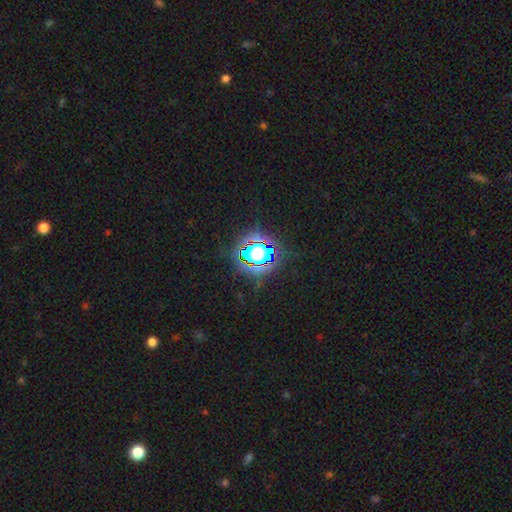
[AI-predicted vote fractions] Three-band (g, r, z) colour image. It shows a star or artifact, not a galaxy (77%).